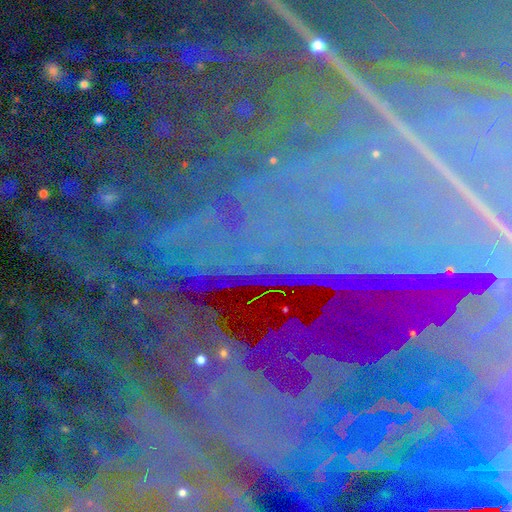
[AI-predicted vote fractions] Overall: star or artifact (88%).